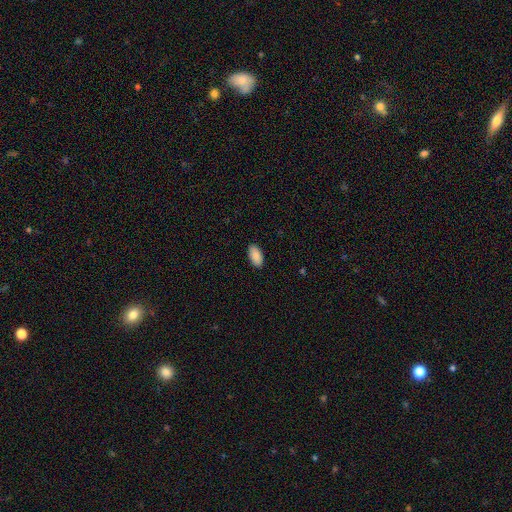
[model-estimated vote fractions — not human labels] Smooth or featured? Predicted: smooth (p=0.89). How rounded? Predicted: in between (p=0.95). Merging? Predicted: none (p=0.89).